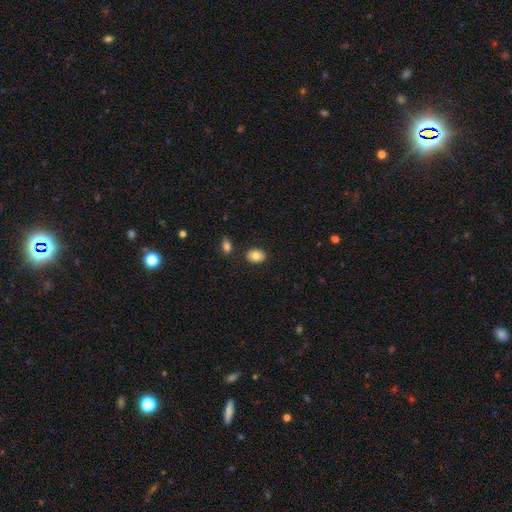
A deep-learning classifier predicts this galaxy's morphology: smooth-or-featured: smooth: 82% | featured or disk: 10% | star or artifact: 8%
  how-rounded: in between: 75% | round: 24% | cigar-shaped: 1%
  merging: none: 85% | minor disturbance: 9% | merger: 4% | major disturbance: 2%